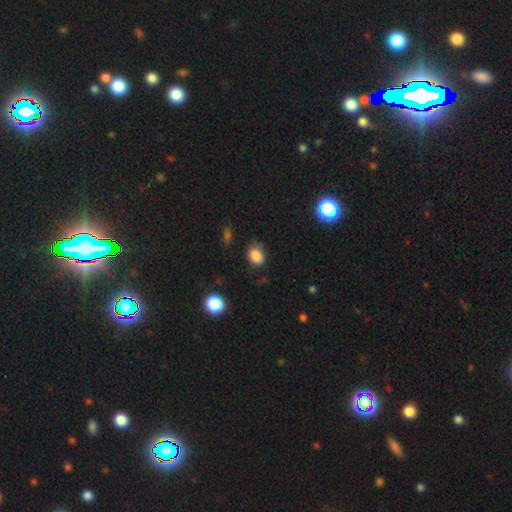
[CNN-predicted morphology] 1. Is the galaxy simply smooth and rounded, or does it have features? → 85% smooth, 10% star or artifact, 5% featured or disk.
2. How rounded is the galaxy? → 66% in between, 33% round, 1% cigar-shaped.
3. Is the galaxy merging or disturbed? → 73% none, 20% minor disturbance, 5% major disturbance, 2% merger.